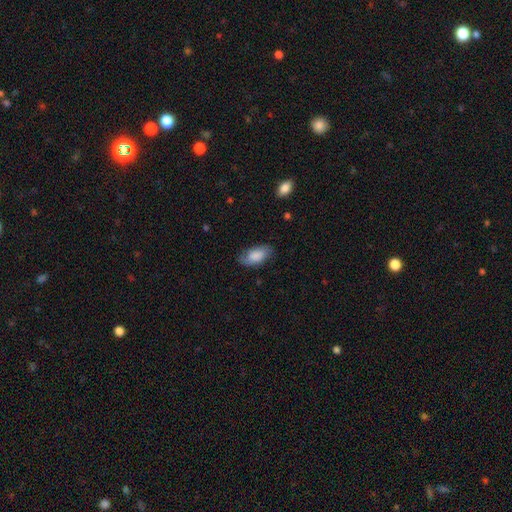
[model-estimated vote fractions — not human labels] This is likely a smooth galaxy (76%). How rounded: clearly in between (93%). Merging: likely none (73%).